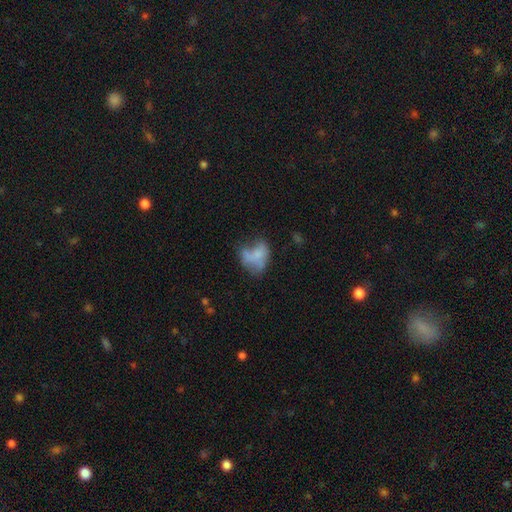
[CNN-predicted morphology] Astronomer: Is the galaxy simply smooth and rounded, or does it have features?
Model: smooth — 58%.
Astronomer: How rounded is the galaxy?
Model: in between — 75%.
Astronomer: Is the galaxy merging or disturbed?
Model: major disturbance — 29% (runner-up: merger, 25%).